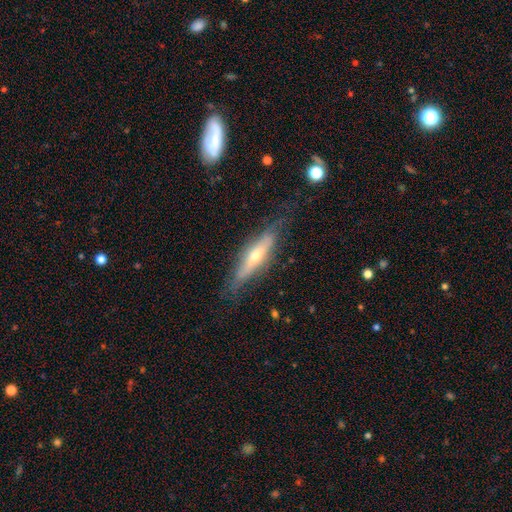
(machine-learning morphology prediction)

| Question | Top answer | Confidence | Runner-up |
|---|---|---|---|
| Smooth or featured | featured or disk | 64% | smooth (29%) |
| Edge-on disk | yes | 80% | no (20%) |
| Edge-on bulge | rounded | 83% | none (12%) |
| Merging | none | 72% | minor disturbance (20%) |